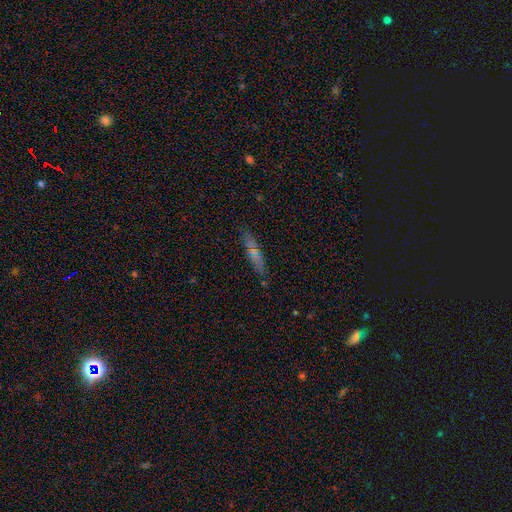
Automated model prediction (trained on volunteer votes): A smooth galaxy with no disk features (55%) that is cigar-shaped (85%).

Vote fractions:
- Smooth or featured? smooth: 55% / featured or disk: 33% / star or artifact: 12%
- How rounded? cigar-shaped: 85% / in between: 13% / round: 3%
- Merging? none: 84% / minor disturbance: 11% / major disturbance: 3% / merger: 2%